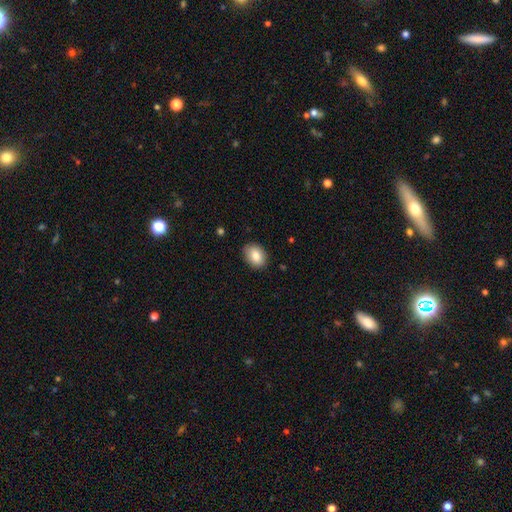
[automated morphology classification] Smooth or featured? smooth (84%)
How rounded? in between (74%)
Merging? none (85%)